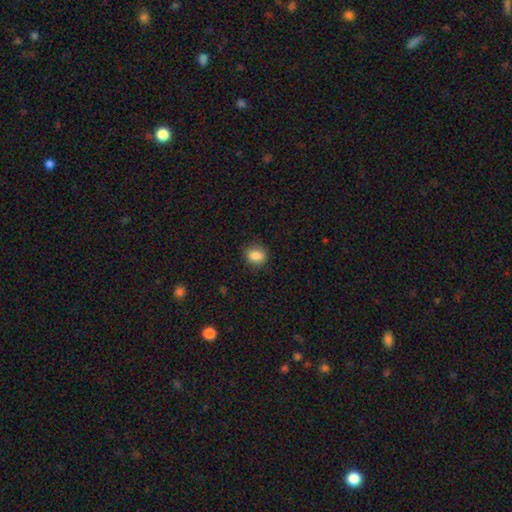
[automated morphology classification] smooth_or_featured: smooth (p=0.86) [alt: star or artifact p=0.09]
how_rounded: round (p=0.59) [alt: in between p=0.40]
merging: none (p=0.85) [alt: minor disturbance p=0.11]